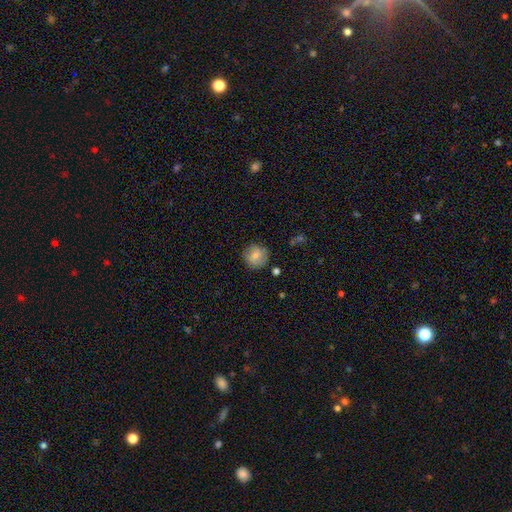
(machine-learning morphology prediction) Smooth or featured?
  - smooth: 81% *
  - featured or disk: 11%
  - star or artifact: 8%
How rounded?
  - round: 92% *
  - in between: 7%
  - cigar-shaped: 1%
Merging?
  - none: 85% *
  - minor disturbance: 11%
  - major disturbance: 3%
  - merger: 2%